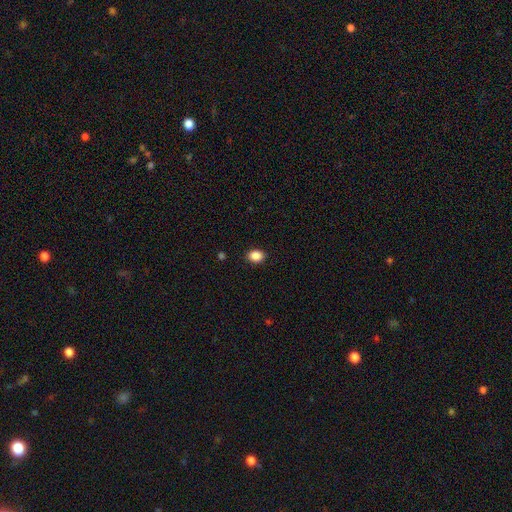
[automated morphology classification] Smooth or featured: smooth — 88% (star or artifact — 9%)
How rounded: in between — 63% (round — 36%)
Merging: none — 89% (minor disturbance — 8%)